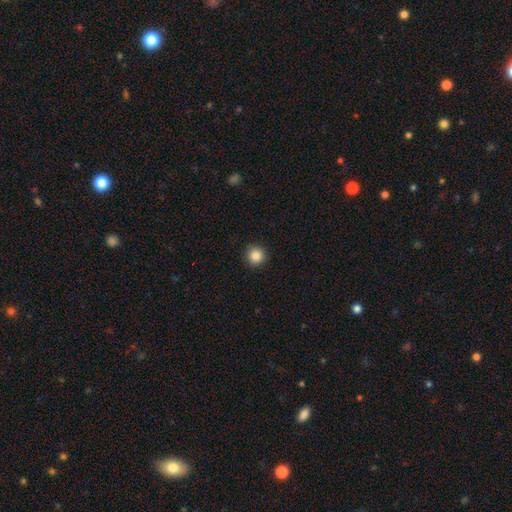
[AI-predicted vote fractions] A smooth galaxy with no disk features (86%) that is round (95%). Merging: none (92%).